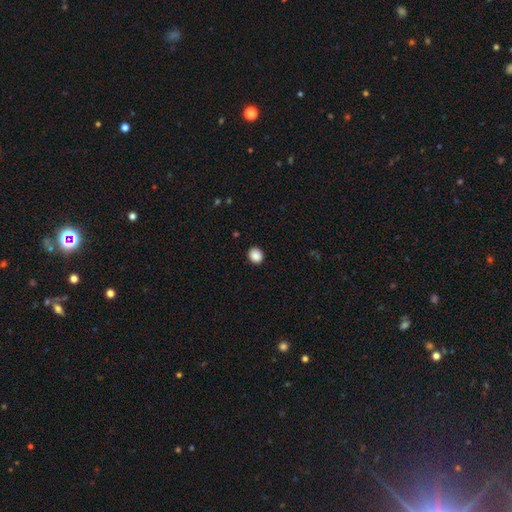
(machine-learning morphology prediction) type=smooth (89%); roundness=round (76%); merging=none (91%).